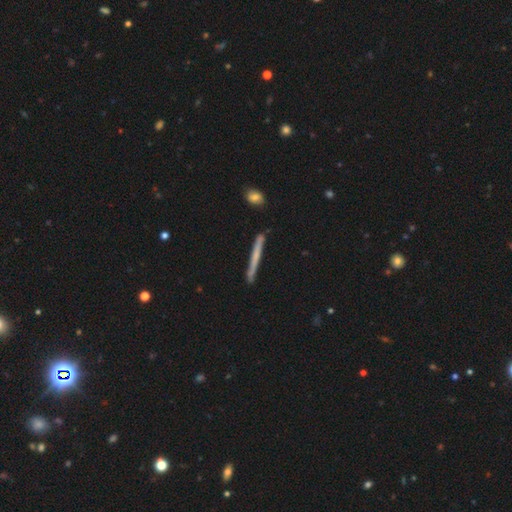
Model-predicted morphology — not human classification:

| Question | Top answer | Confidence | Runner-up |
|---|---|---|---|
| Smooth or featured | smooth | 53% | featured or disk (41%) |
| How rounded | cigar-shaped | 97% | in between (2%) |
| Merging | none | 87% | minor disturbance (9%) |